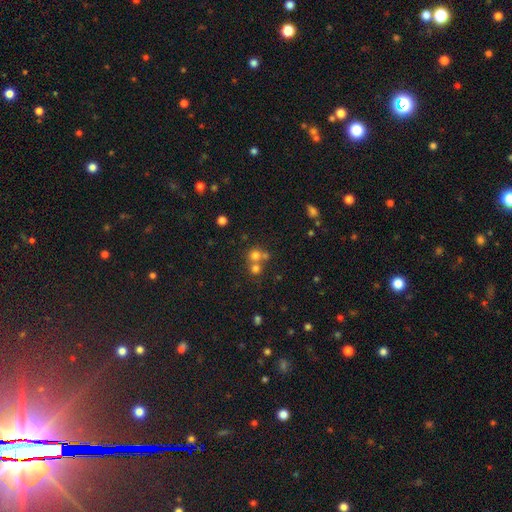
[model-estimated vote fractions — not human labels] A smooth galaxy with no disk features (69%) that is round (87%). Merging: none (46%).